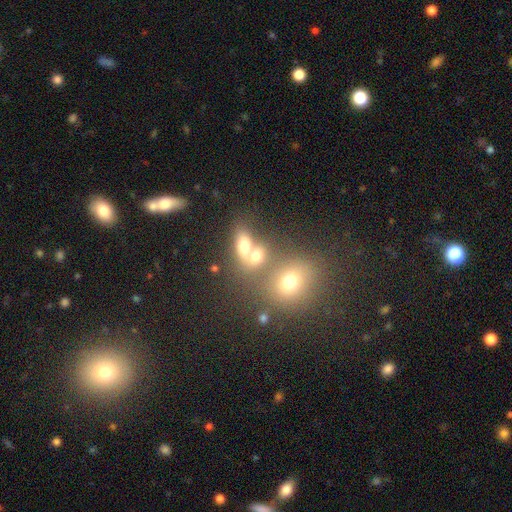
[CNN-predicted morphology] smooth 69%, featured or disk 16%, star or artifact 15%. Down the decision tree: how rounded — in between (60%); merging — merger (52%).